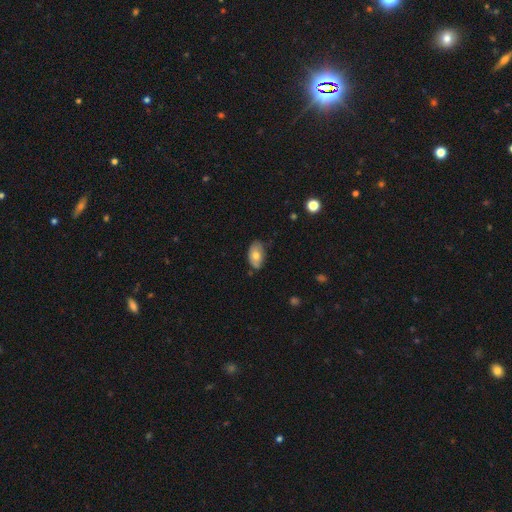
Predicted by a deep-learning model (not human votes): smooth-or-featured: smooth: 69% | featured or disk: 24% | star or artifact: 7%
  how-rounded: in between: 91% | round: 7% | cigar-shaped: 2%
  merging: none: 65% | minor disturbance: 28% | major disturbance: 4% | merger: 2%